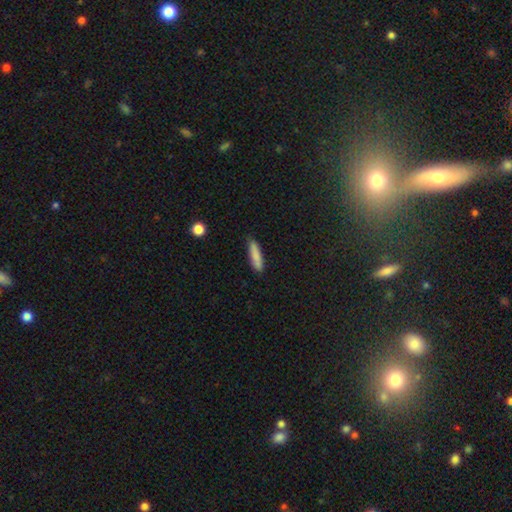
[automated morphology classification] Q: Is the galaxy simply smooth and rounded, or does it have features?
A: smooth — 85%.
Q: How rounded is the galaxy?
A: cigar-shaped — 80%.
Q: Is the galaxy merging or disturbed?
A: none — 84%.